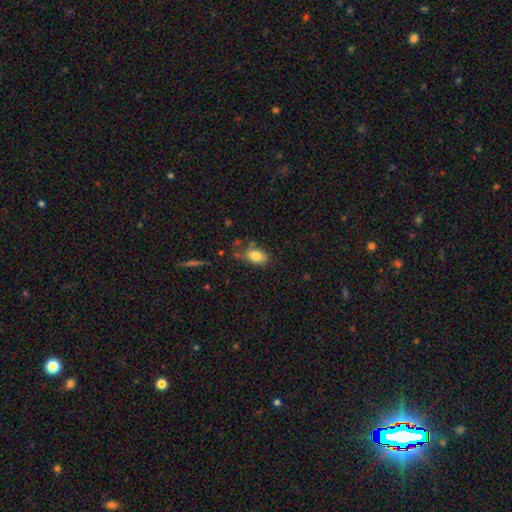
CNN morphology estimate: This is clearly a smooth galaxy (82%). How rounded: clearly in between (87%). Merging: likely none (67%).